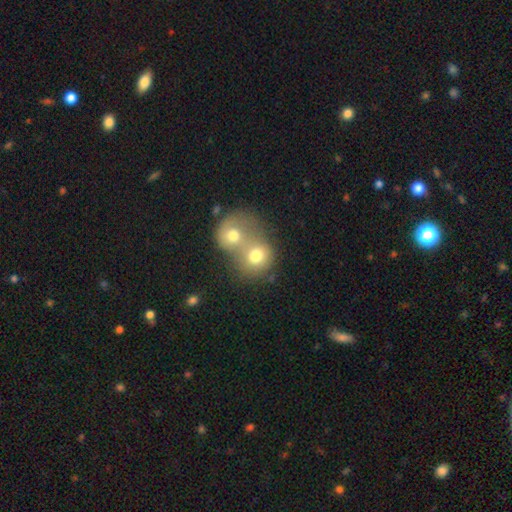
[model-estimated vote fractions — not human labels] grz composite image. It shows a smooth galaxy with no disk features (70%) that is round (74%). Merging: merger (74%).